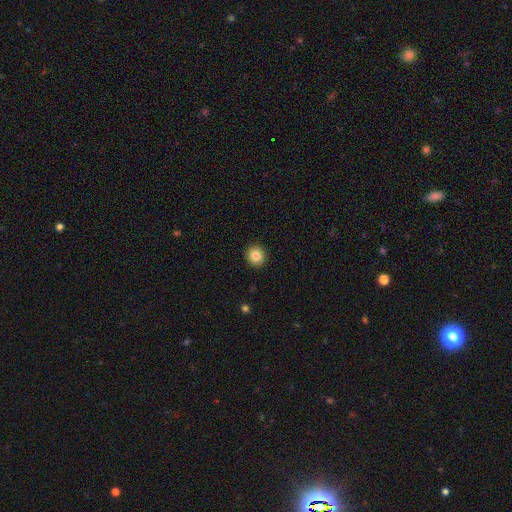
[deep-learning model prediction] Smooth or featured?
  - smooth: 84% *
  - star or artifact: 10%
  - featured or disk: 6%
How rounded?
  - round: 89% *
  - in between: 10%
  - cigar-shaped: 1%
Merging?
  - none: 92% *
  - minor disturbance: 5%
  - major disturbance: 2%
  - merger: 1%